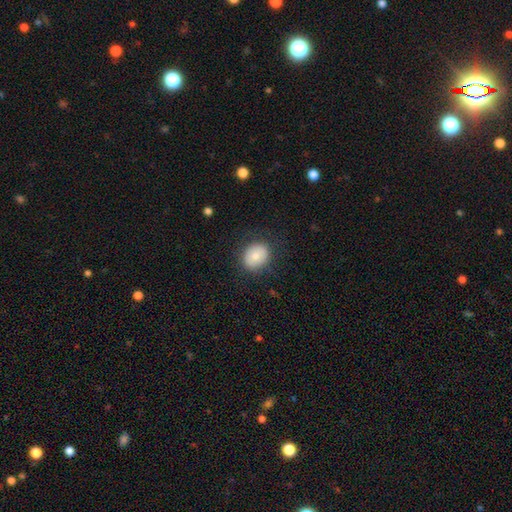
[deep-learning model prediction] smooth 78%, featured or disk 15%, star or artifact 8%. Down the decision tree: how rounded — round (58%); merging — none (83%).